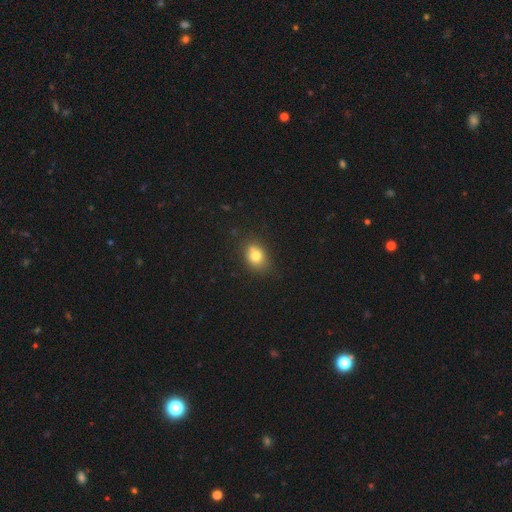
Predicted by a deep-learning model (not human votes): Smooth or featured?
  - smooth: 78% *
  - featured or disk: 11%
  - star or artifact: 11%
How rounded?
  - in between: 59% *
  - round: 40%
  - cigar-shaped: 1%
Merging?
  - none: 70% *
  - minor disturbance: 19%
  - merger: 7%
  - major disturbance: 4%